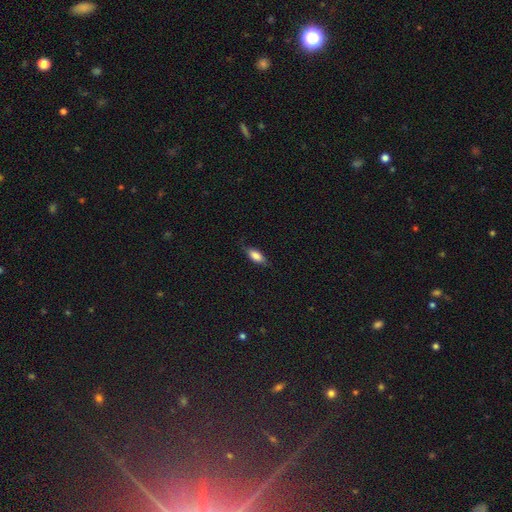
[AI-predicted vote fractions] smooth-or-featured: smooth: 76% | featured or disk: 16% | star or artifact: 8%
  how-rounded: in between: 77% | cigar-shaped: 20% | round: 3%
  merging: none: 75% | minor disturbance: 19% | major disturbance: 4% | merger: 1%